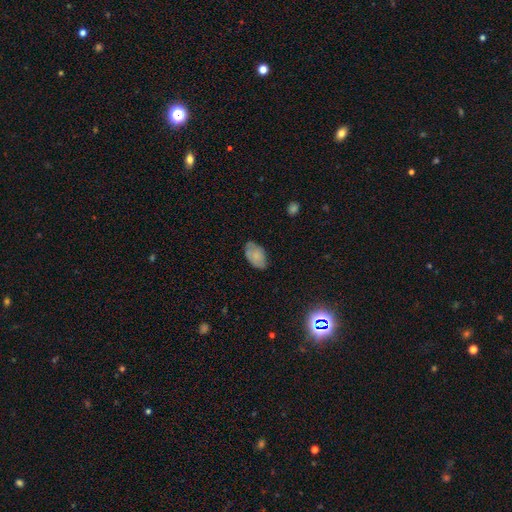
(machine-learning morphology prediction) This appears to be a smooth galaxy with no disk features (80%) that is in between round and cigar-shaped (92%). Merging: none (70%).